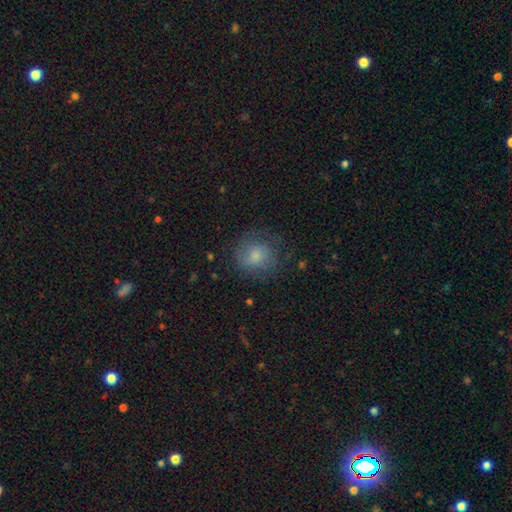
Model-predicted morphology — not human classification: smooth_or_featured: smooth (p=0.77) [alt: featured or disk p=0.15]
how_rounded: round (p=0.81) [alt: in between p=0.18]
merging: none (p=0.70) [alt: minor disturbance p=0.19]